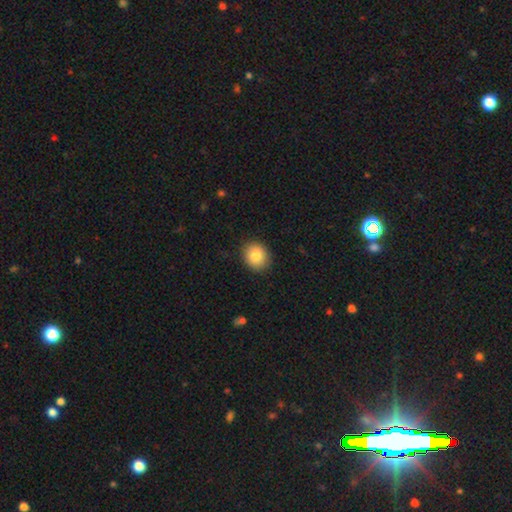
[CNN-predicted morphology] Smooth or featured? Predicted: smooth (p=0.83). How rounded? Predicted: round (p=0.72). Merging? Predicted: none (p=0.89).